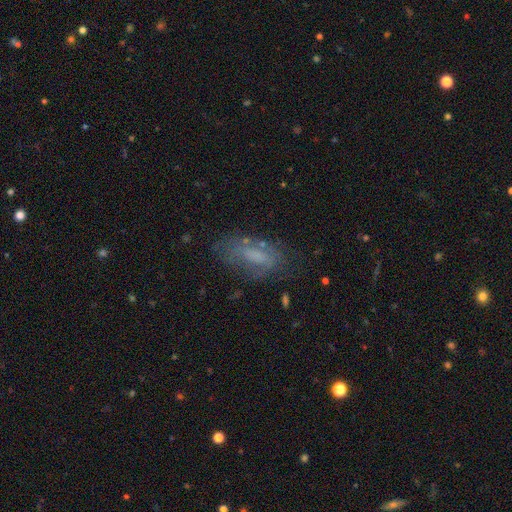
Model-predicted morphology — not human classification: A smooth galaxy with no disk features (50%). Merging: none (59%).